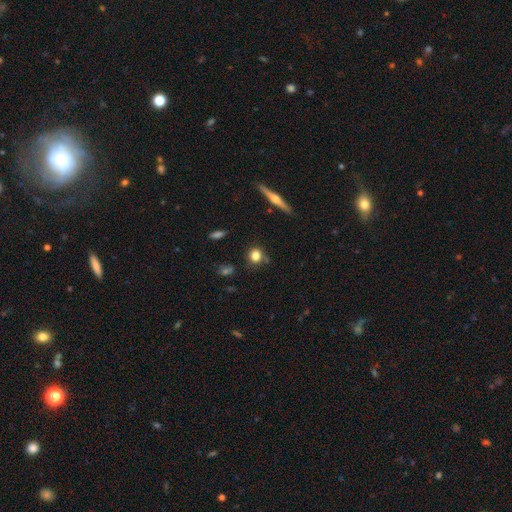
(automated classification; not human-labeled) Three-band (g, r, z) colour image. It shows a smooth galaxy with no disk features (78%) that is round (82%). Merging: none (74%).